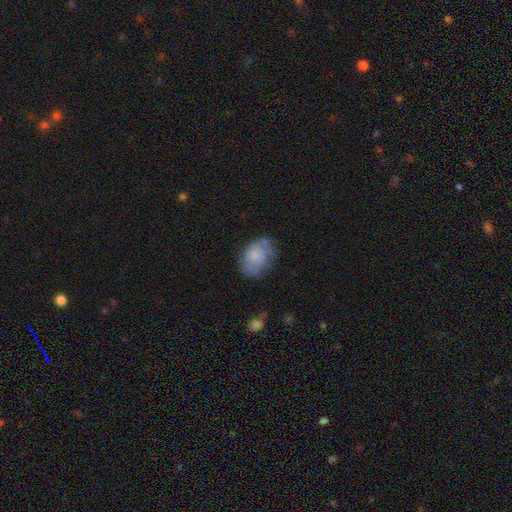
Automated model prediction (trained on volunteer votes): Smooth or featured? Predicted: smooth (p=0.68). How rounded? Predicted: in between (p=0.73). Merging? Predicted: none (p=0.53).